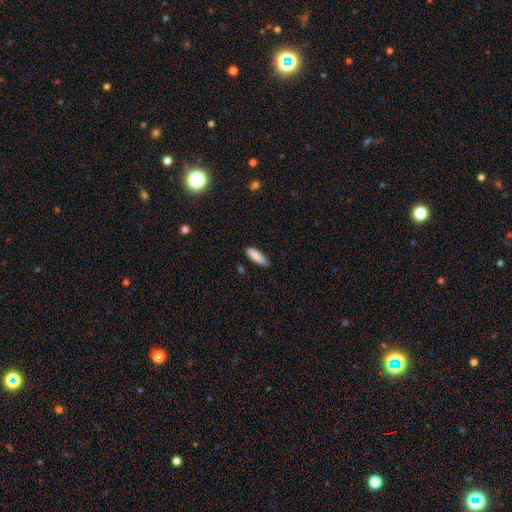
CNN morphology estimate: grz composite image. It shows a smooth galaxy with no disk features (88%) that is cigar-shaped (51%). Merging: none (78%).